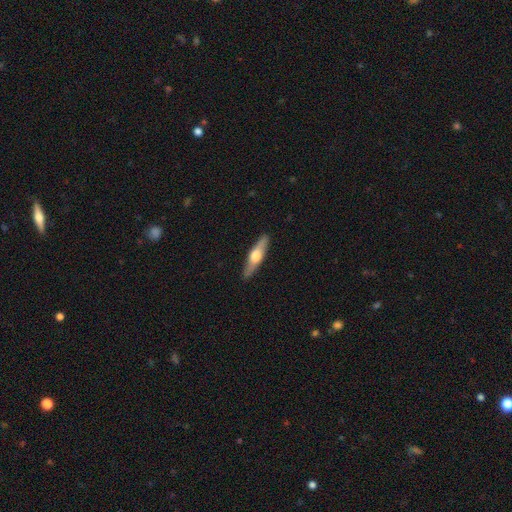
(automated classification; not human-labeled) A featured or disk galaxy (54%) viewed edge-on (91%). Merging: none (90%).